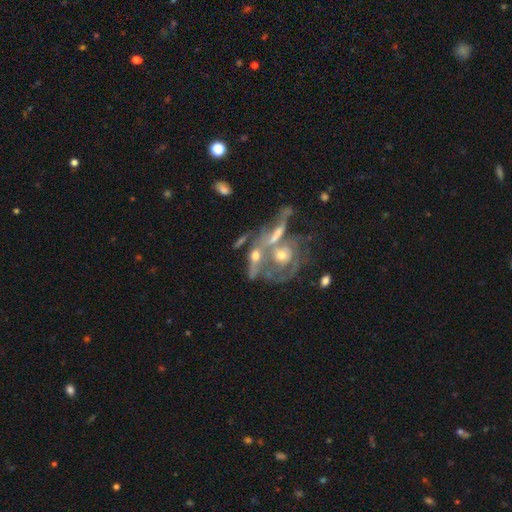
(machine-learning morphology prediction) A featured or disk galaxy (62%). Merging: merger (60%).